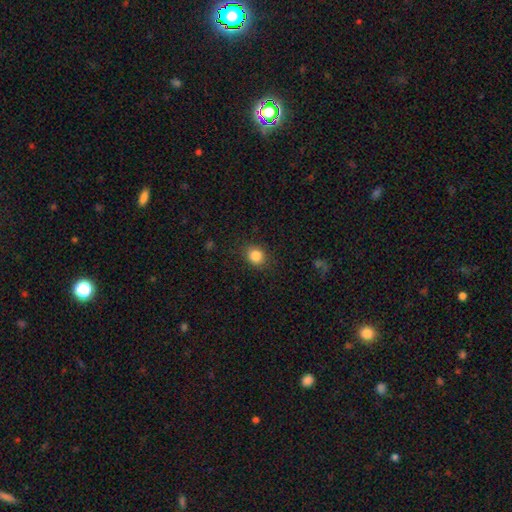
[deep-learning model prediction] Smooth or featured? smooth (85%)
How rounded? round (68%)
Merging? none (87%)